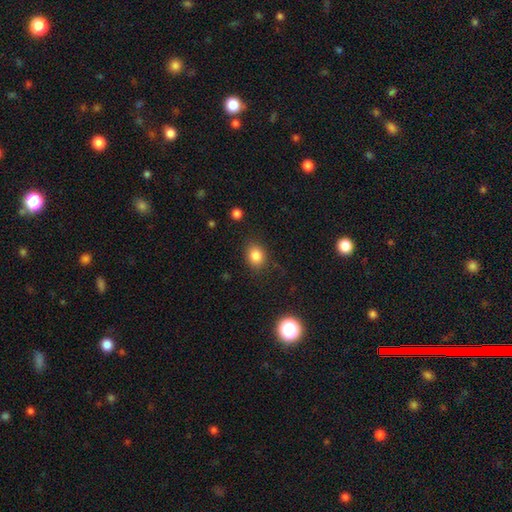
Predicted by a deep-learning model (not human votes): The model was most divided on "how rounded": round: 56%, in between: 43%, cigar-shaped: 1%. More confident: smooth or featured — smooth (83%); merging — none (82%).